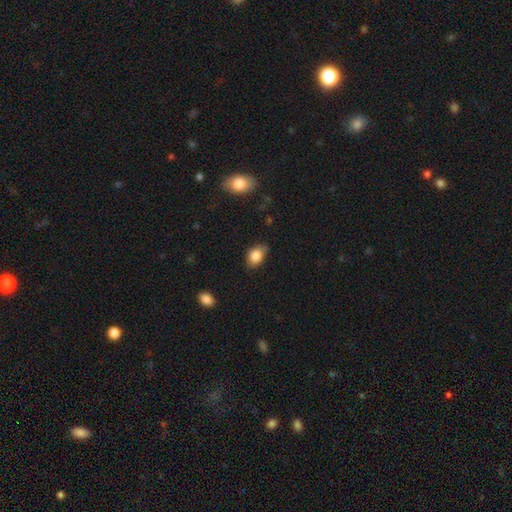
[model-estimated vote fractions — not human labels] This appears to be a smooth galaxy with no disk features (85%) that is in between round and cigar-shaped (80%). Merging: none (67%).